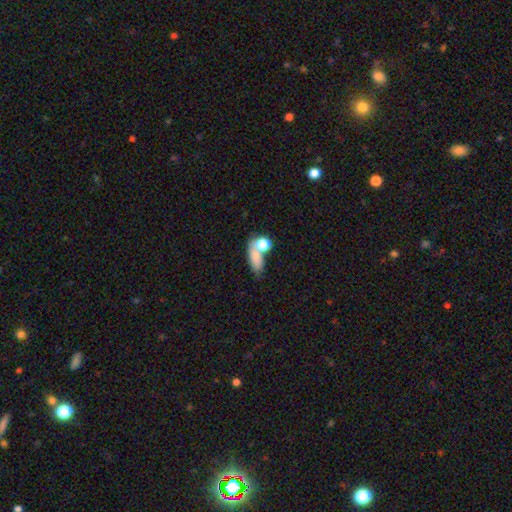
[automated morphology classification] smooth_or_featured: smooth (p=0.76) [alt: featured or disk p=0.13]
how_rounded: in between (p=0.65) [alt: round p=0.21]
merging: none (p=0.43) [alt: merger p=0.36]